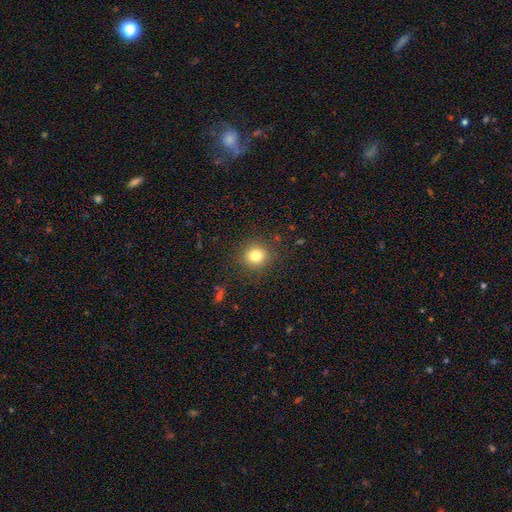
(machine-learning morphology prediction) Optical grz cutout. It shows a smooth galaxy with no disk features (80%) that is round (90%). Merging: none (88%).